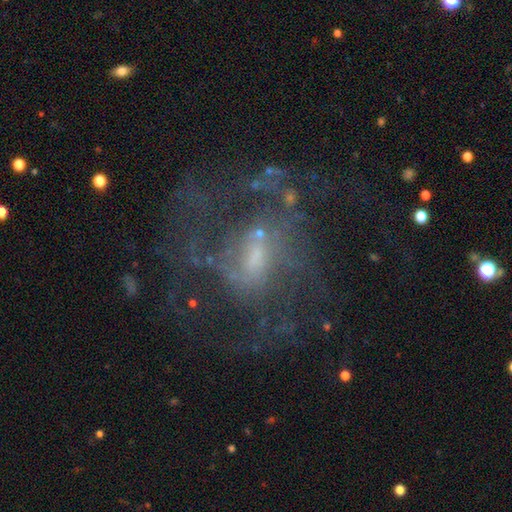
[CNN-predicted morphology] The model was most divided on "bar": weak: 46%, no: 44%, strong: 10%. Remaining: edge-on disk — no (98%); spiral arms — yes (80%); smooth or featured — featured or disk (78%); merging — none (57%); bulge size — small (53%); spiral winding — medium (47%); spiral arm count — 2 (39%).